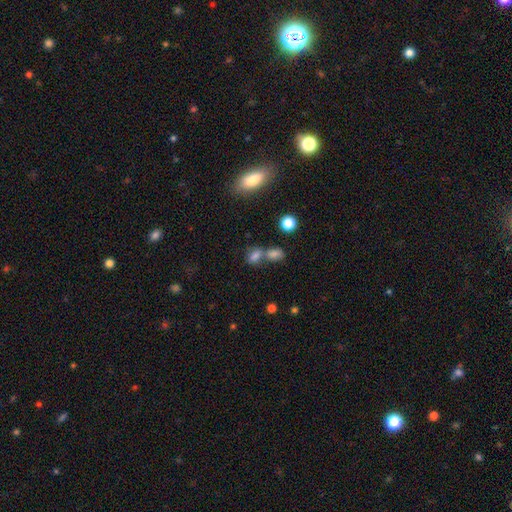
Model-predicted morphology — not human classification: A smooth galaxy with no disk features (75%) that is in between round and cigar-shaped (74%).

Vote fractions:
- Smooth or featured? smooth: 75% / star or artifact: 16% / featured or disk: 10%
- How rounded? in between: 74% / round: 22% / cigar-shaped: 4%
- Merging? merger: 46% / none: 40% / minor disturbance: 10% / major disturbance: 5%